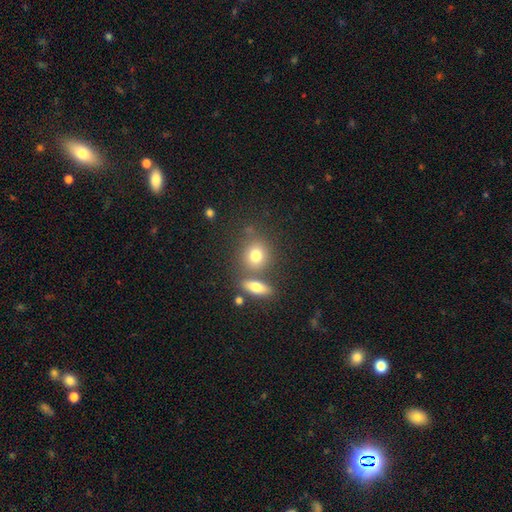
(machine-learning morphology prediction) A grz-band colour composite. It shows a smooth galaxy with no disk features (77%) that is round (73%). Merging: none (62%).